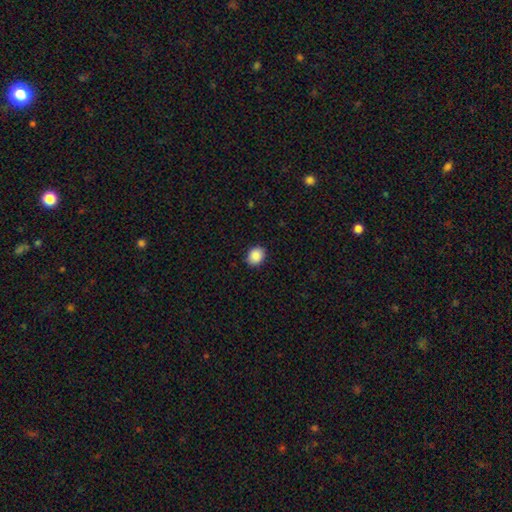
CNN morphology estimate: The model was most divided on "how rounded": round: 50%, in between: 49%, cigar-shaped: 1%. More confident: merging — none (89%); smooth or featured — smooth (88%).